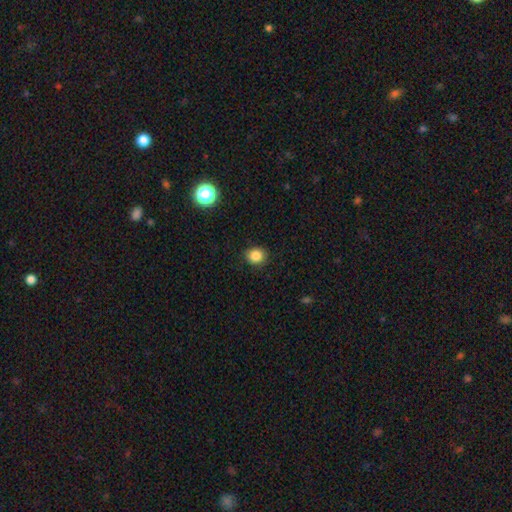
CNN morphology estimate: A smooth galaxy with no disk features (85%) that is round (79%). Merging: none (89%).